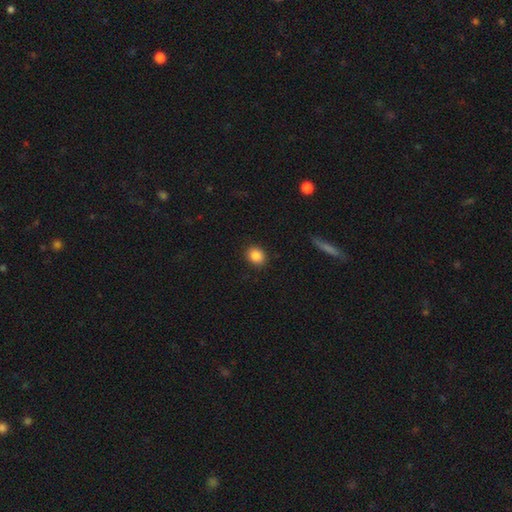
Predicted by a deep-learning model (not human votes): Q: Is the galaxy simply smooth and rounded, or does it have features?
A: smooth — 86%.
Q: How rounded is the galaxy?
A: round — 61%.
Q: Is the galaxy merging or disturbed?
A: none — 90%.